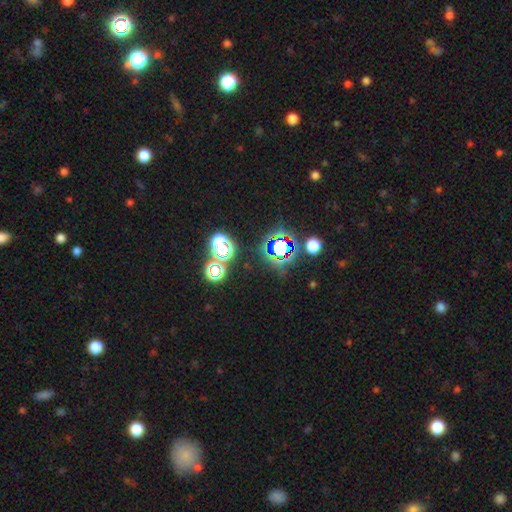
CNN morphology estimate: The model was most divided on "smooth or featured": star or artifact: 76%, smooth: 16%, featured or disk: 7%.